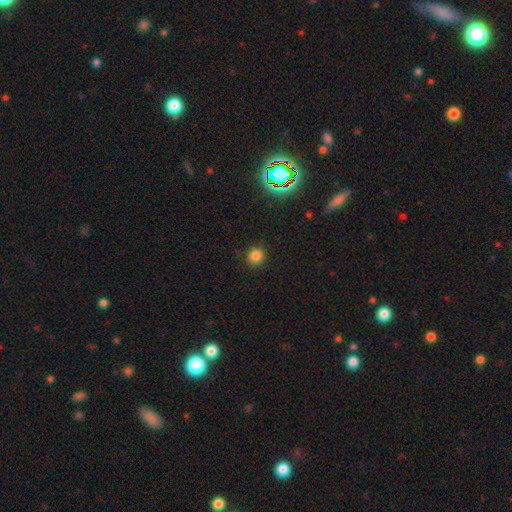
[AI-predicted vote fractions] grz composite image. It shows a smooth galaxy with no disk features (81%) that is round (89%). Merging: none (90%).